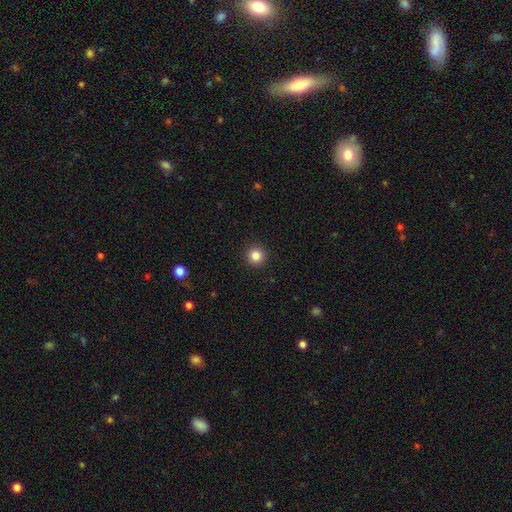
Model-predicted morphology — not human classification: Smooth or featured?
  - smooth: 84% *
  - star or artifact: 11%
  - featured or disk: 4%
How rounded?
  - round: 96% *
  - in between: 3%
  - cigar-shaped: 1%
Merging?
  - none: 93% *
  - minor disturbance: 4%
  - major disturbance: 2%
  - merger: 1%